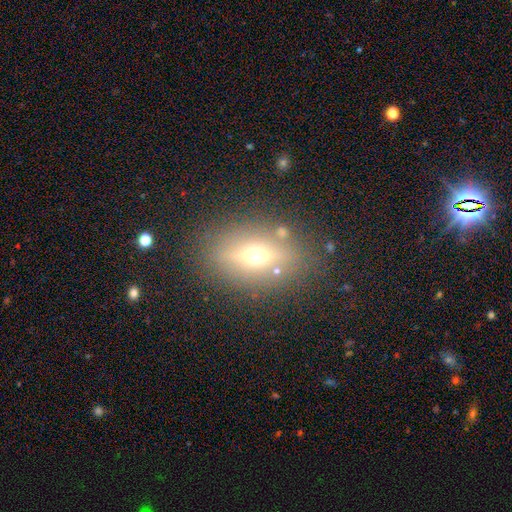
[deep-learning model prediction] A featured or disk galaxy (48%).

Vote fractions:
- Smooth or featured? featured or disk: 48% / smooth: 38% / star or artifact: 14%
- Merging? none: 81% / minor disturbance: 11% / major disturbance: 5% / merger: 3%